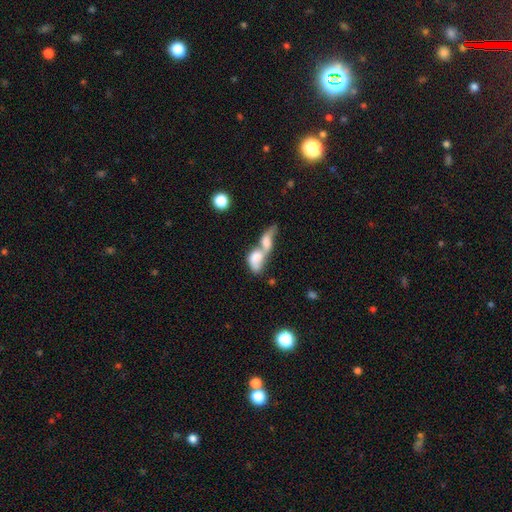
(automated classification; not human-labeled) The model was most divided on "smooth or featured": smooth: 59%, featured or disk: 32%, star or artifact: 9%. More confident: merging — merger (84%); how rounded — in between (75%).